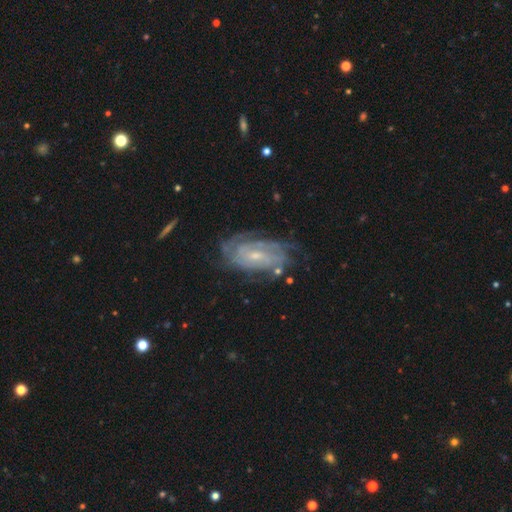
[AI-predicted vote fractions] smooth_or_featured: featured or disk (p=0.84) [alt: smooth p=0.10]
disk_edge_on: no (p=0.95) [alt: yes p=0.05]
bar: no (p=0.45) [alt: weak p=0.43]
has_spiral_arms: yes (p=0.94) [alt: no p=0.06]
spiral_winding: tight (p=0.70) [alt: medium p=0.25]
spiral_arm_count: can't tell (p=0.37) [alt: 2 p=0.23]
bulge_size: small (p=0.64) [alt: moderate p=0.31]
merging: none (p=0.69) [alt: minor disturbance p=0.20]